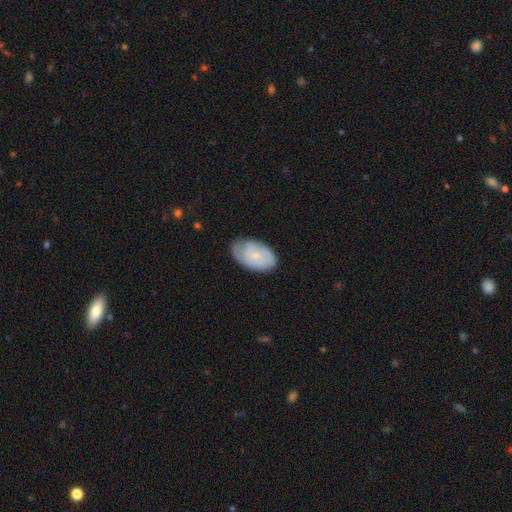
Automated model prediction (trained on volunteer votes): A smooth galaxy with no disk features (53%) that is in between round and cigar-shaped (93%).

Vote fractions:
- Smooth or featured? smooth: 53% / featured or disk: 41% / star or artifact: 6%
- How rounded? in between: 93% / round: 6% / cigar-shaped: 2%
- Merging? none: 72% / minor disturbance: 22% / major disturbance: 4% / merger: 1%